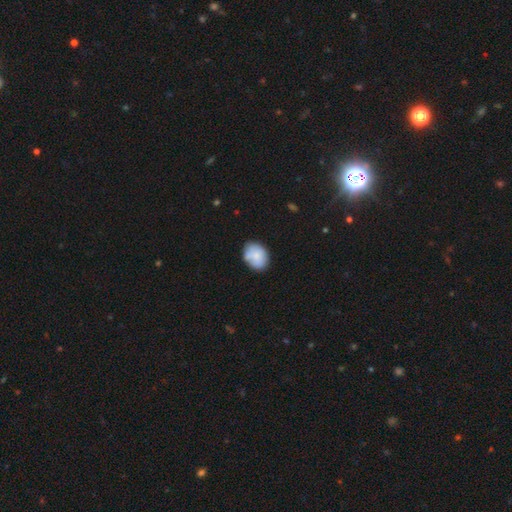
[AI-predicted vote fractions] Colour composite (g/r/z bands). It shows a smooth galaxy with no disk features (78%) that is in between round and cigar-shaped (62%). Merging: none (67%).